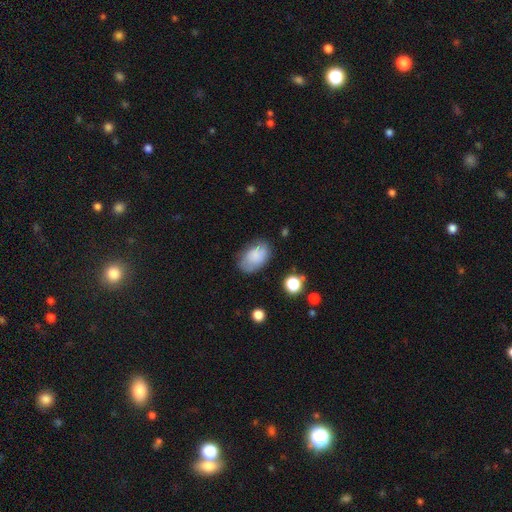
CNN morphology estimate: Overall: smooth (79%). How rounded: in between (90%). Merging: none (70%).